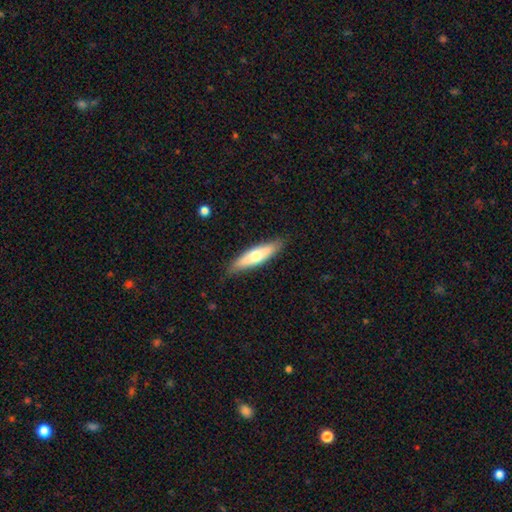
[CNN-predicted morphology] Smooth or featured: smooth — 56% (featured or disk — 39%)
How rounded: cigar-shaped — 65% (in between — 33%)
Merging: none — 85% (minor disturbance — 12%)